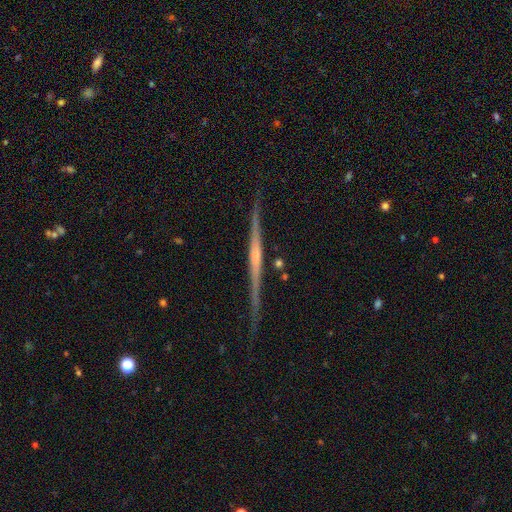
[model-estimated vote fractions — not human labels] Smooth or featured? Predicted: featured or disk (p=0.78). Edge-on disk? Predicted: yes (p=0.98). Edge-on bulge? Predicted: none (p=0.50). Merging? Predicted: none (p=0.85).